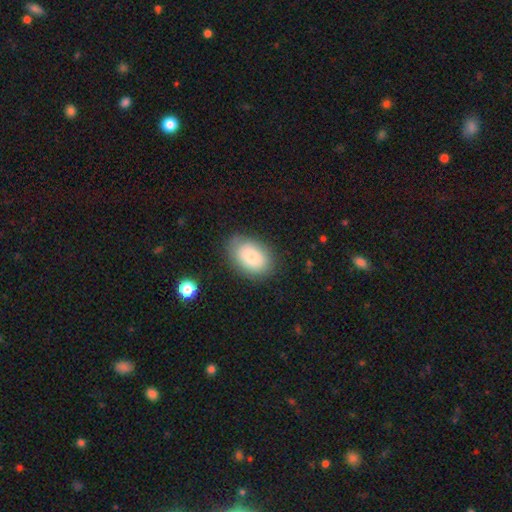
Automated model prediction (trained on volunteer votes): Smooth or featured? Predicted: smooth (p=0.81). How rounded? Predicted: in between (p=0.84). Merging? Predicted: none (p=0.79).